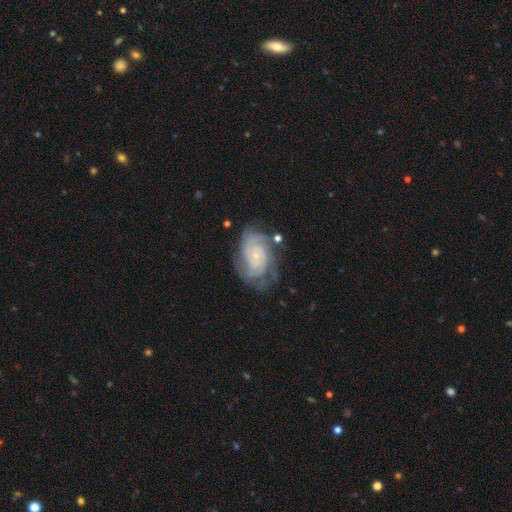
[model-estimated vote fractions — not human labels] Morphology: type=featured or disk (85%); edge-on=no (97%); bar=no (72%); spiral arms=yes (96%); winding=tight (67%); arm count=2 (26%, tied with can't tell); bulge=small (80%); merging=none (66%).